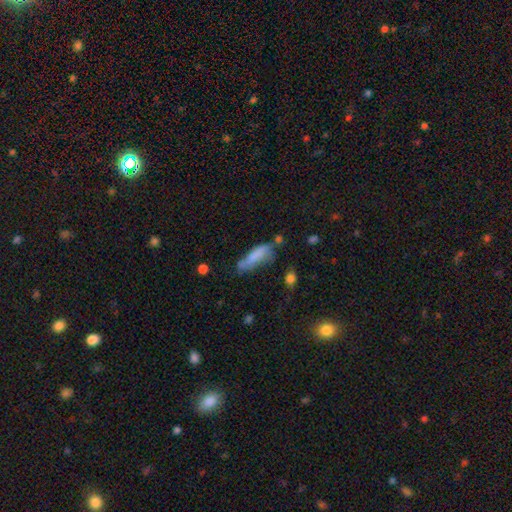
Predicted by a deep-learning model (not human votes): Smooth or featured? smooth (75%)
How rounded? cigar-shaped (58%)
Merging? none (47%)